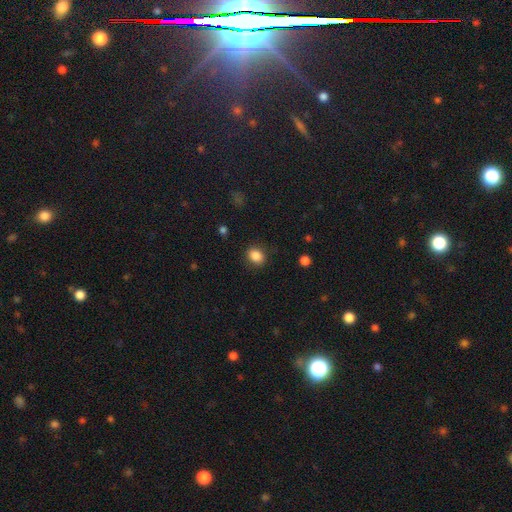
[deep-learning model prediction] Smooth or featured: smooth — 86% (star or artifact — 9%)
How rounded: round — 50% (in between — 49%)
Merging: none — 86% (minor disturbance — 10%)